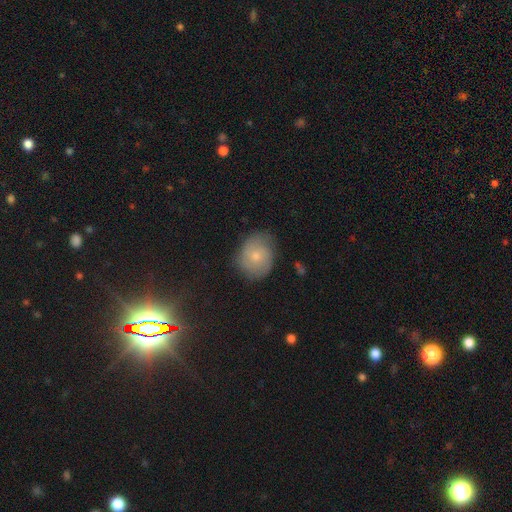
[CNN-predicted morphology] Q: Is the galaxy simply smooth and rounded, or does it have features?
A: smooth — 54%.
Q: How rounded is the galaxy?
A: round — 60%.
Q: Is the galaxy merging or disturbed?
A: none — 68%.